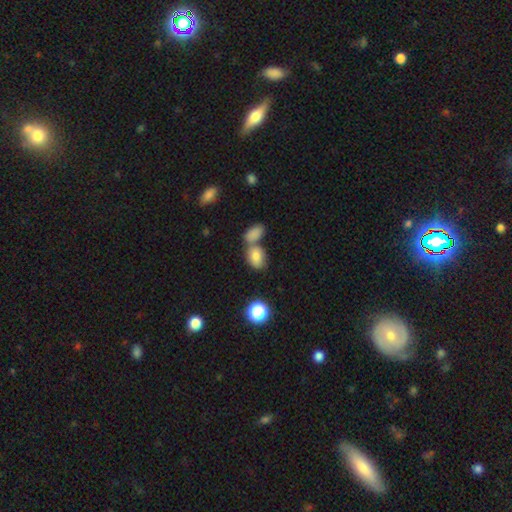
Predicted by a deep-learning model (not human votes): This is likely a smooth galaxy (79%). How rounded: clearly in between (82%). Merging: marginally merger (45%).